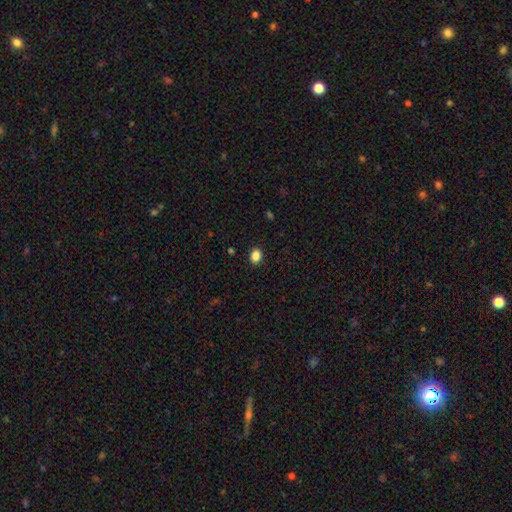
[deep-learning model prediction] The model was most divided on "how rounded": in between: 51%, round: 48%, cigar-shaped: 1%. More confident: merging — none (90%); smooth or featured — smooth (86%).